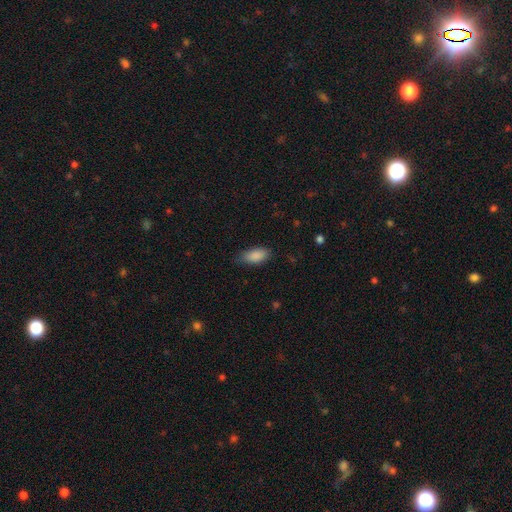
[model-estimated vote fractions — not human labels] A smooth galaxy with no disk features (88%) that is in between round and cigar-shaped (89%). Merging: none (75%).